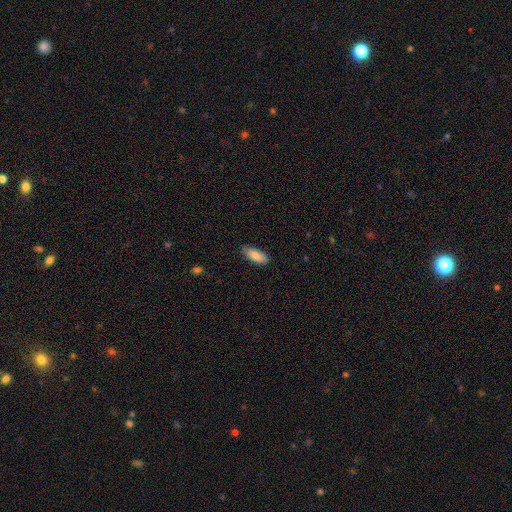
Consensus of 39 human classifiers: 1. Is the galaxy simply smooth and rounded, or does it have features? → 77% smooth, 23% featured or disk, 0% star or artifact.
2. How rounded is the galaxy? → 93% in between, 7% cigar-shaped, 0% round.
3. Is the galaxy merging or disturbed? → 87% none, 10% minor disturbance, 3% major disturbance, 0% merger.